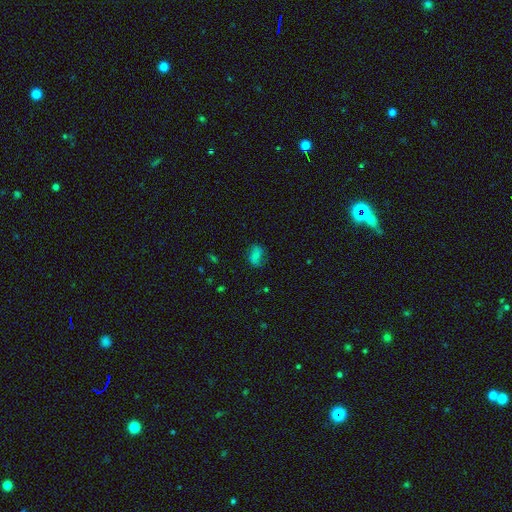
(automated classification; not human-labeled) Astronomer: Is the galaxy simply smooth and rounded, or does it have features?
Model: smooth — 63%.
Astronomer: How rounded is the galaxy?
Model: in between — 77%.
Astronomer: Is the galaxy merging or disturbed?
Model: none — 67%.